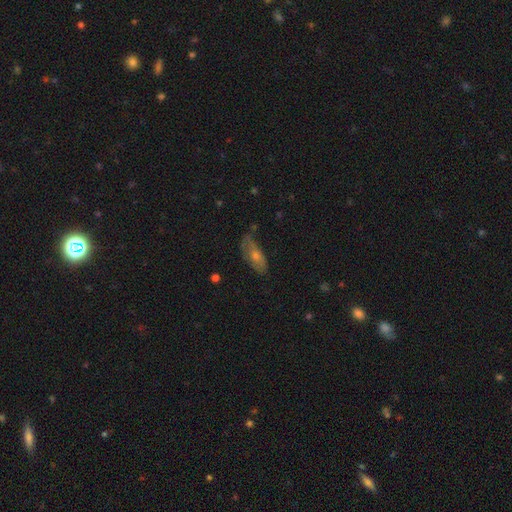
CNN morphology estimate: Q: Smooth or featured?
A: smooth (45%); runner-up: featured or disk (44%)
Q: Merging?
A: none (62%); runner-up: minor disturbance (27%)